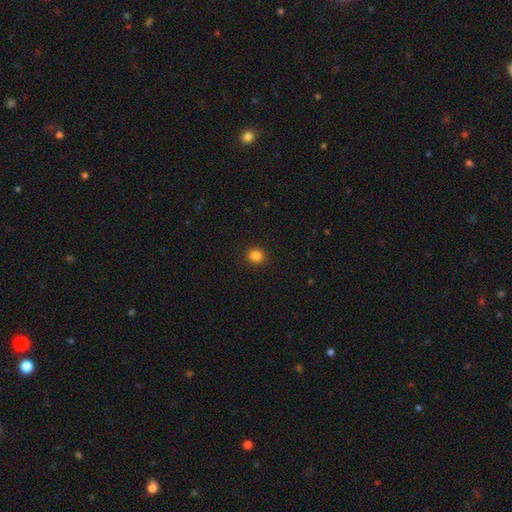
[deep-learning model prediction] The model was most divided on "how rounded": round: 81%, in between: 18%, cigar-shaped: 1%. More confident: merging — none (91%); smooth or featured — smooth (85%).